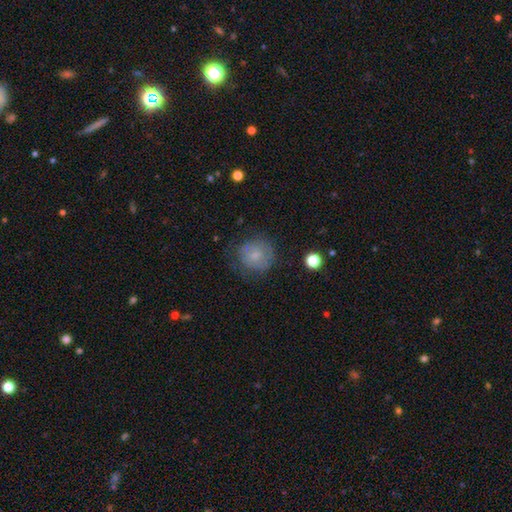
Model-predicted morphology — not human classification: This is likely a smooth galaxy (69%). How rounded: clearly round (87%). Merging: likely none (65%).